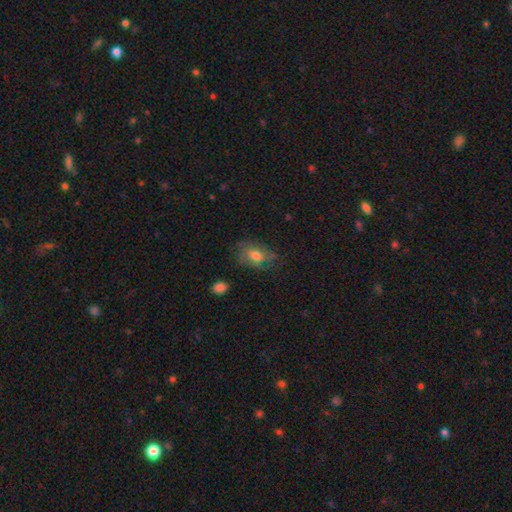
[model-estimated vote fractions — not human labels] Smooth or featured?
  - smooth: 57% *
  - featured or disk: 34%
  - star or artifact: 10%
How rounded?
  - in between: 82% *
  - round: 16%
  - cigar-shaped: 2%
Merging?
  - none: 57% *
  - minor disturbance: 26%
  - major disturbance: 15%
  - merger: 2%